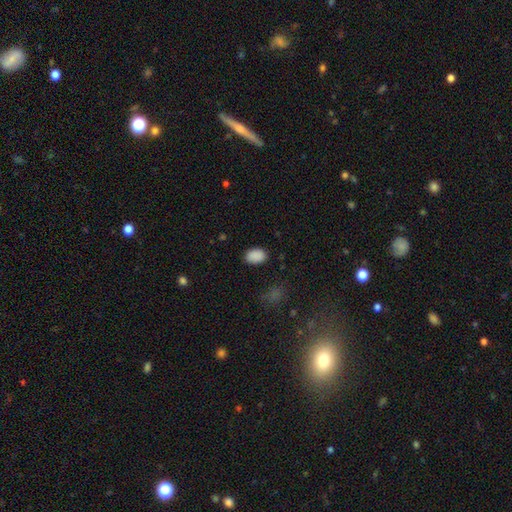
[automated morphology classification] A smooth galaxy with no disk features (89%) that is in between round and cigar-shaped (86%).

Vote fractions:
- Smooth or featured? smooth: 89% / star or artifact: 8% / featured or disk: 3%
- How rounded? in between: 86% / round: 13% / cigar-shaped: 1%
- Merging? none: 86% / minor disturbance: 10% / major disturbance: 3% / merger: 1%